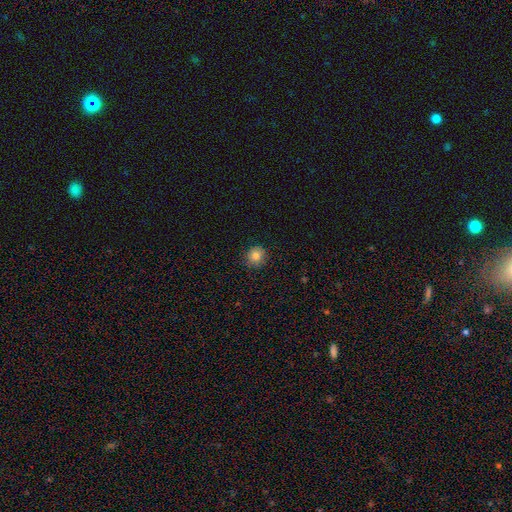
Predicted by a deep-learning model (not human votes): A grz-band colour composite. It shows a smooth galaxy with no disk features (82%) that is round (89%). Merging: none (89%).